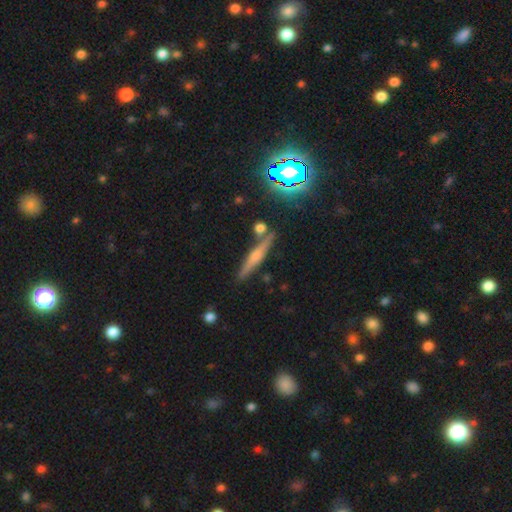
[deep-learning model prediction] A featured or disk galaxy (59%) viewed edge-on (96%) with a rounded central bulge (76%).

Vote fractions:
- Smooth or featured? featured or disk: 59% / smooth: 27% / star or artifact: 14%
- Edge-on disk? yes: 96% / no: 4%
- Edge-on bulge? rounded: 76% / boxy: 12% / none: 12%
- Merging? none: 83% / minor disturbance: 9% / merger: 5% / major disturbance: 2%